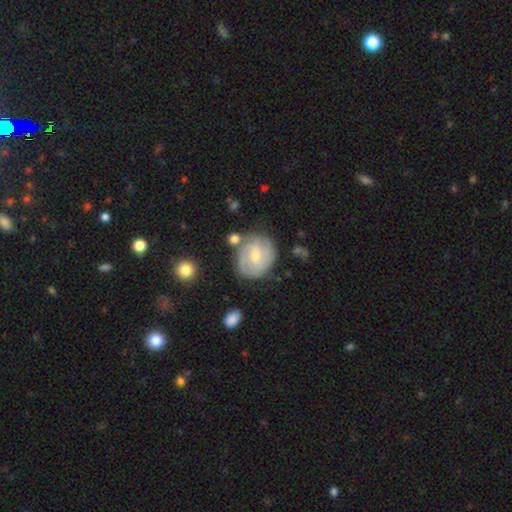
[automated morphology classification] This is likely a featured or disk galaxy (71%). It is clearly not viewed edge-on (97%). Bar: possibly no (47%). Spiral arm pattern: clearly yes (88%). Spiral arm count: marginally 2 (35%). Spiral winding: possibly tight (53%). Central bulge: possibly small (58%). Merging: likely none (66%).